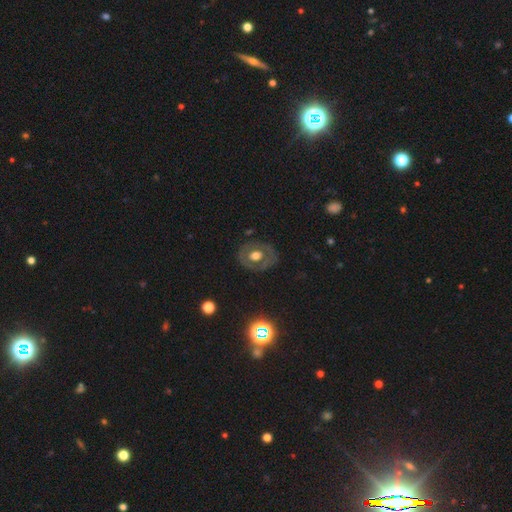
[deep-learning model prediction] featured or disk 57%, smooth 35%, star or artifact 8%. Down the decision tree: edge-on disk — no (94%); bar — no (80%); spiral arms — no (80%); bulge size — moderate (54%); merging — none (78%).